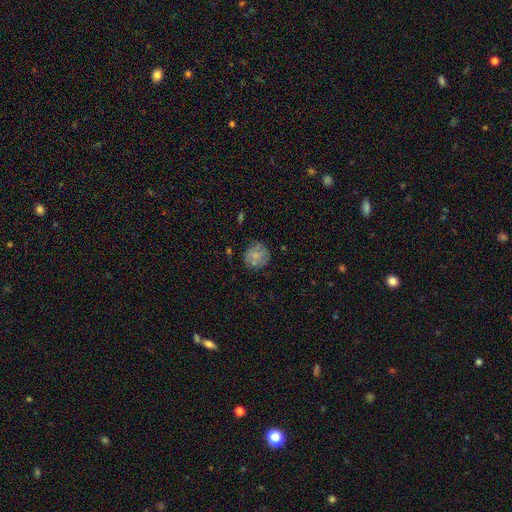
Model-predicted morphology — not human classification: This is likely a smooth galaxy (68%). How rounded: clearly round (85%). Merging: likely none (69%).